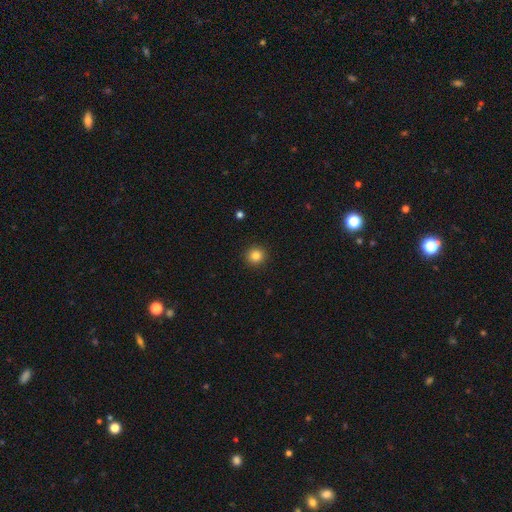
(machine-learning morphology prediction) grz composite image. It shows a smooth galaxy with no disk features (83%) that is round (94%). Merging: none (93%).